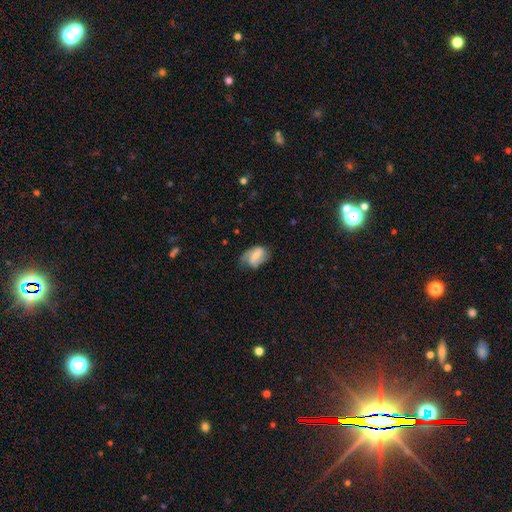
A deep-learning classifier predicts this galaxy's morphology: A featured or disk galaxy (49%). Merging: none (57%).